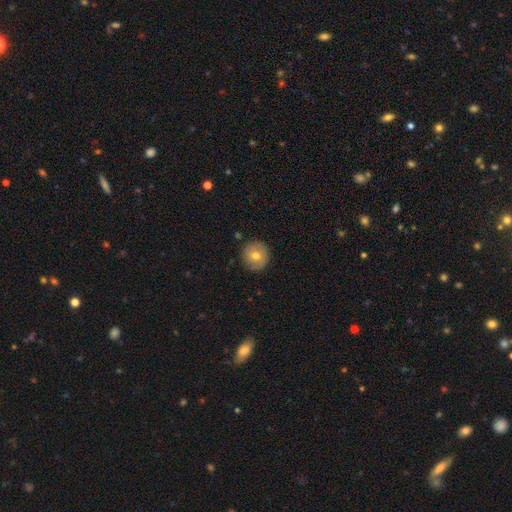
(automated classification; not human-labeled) smooth-or-featured: smooth: 67% | featured or disk: 25% | star or artifact: 8%
  how-rounded: round: 94% | in between: 5% | cigar-shaped: 1%
  merging: none: 87% | minor disturbance: 10% | major disturbance: 2% | merger: 1%